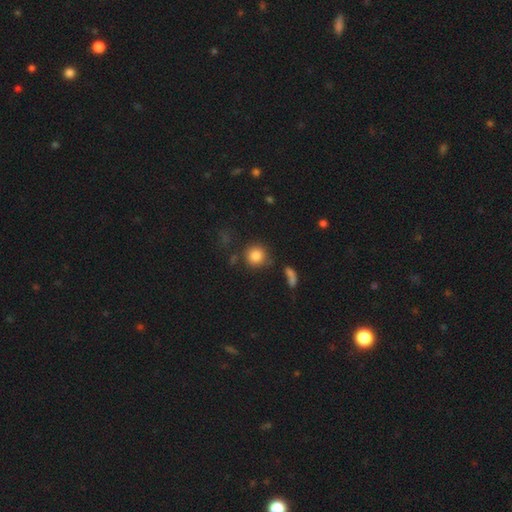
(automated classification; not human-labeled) This is clearly a smooth galaxy (84%). How rounded: clearly round (91%). Merging: likely none (76%).